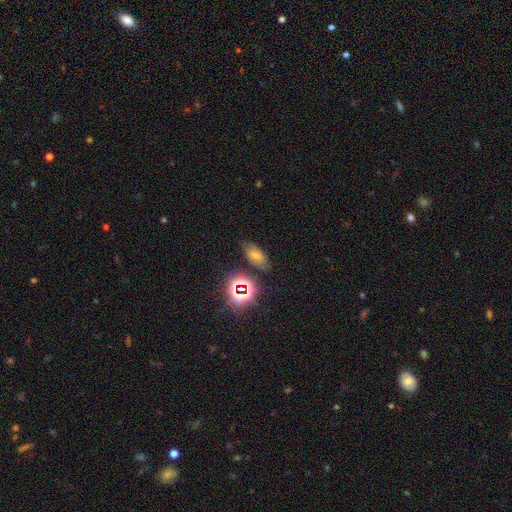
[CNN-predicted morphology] This appears to be a smooth galaxy with no disk features (57%) that is in between round and cigar-shaped (87%). Merging: none (72%).